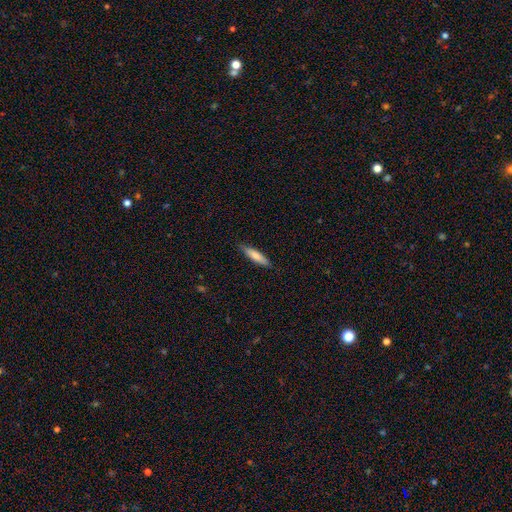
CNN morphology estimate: type=smooth (75%); roundness=cigar-shaped (79%); merging=none (87%).